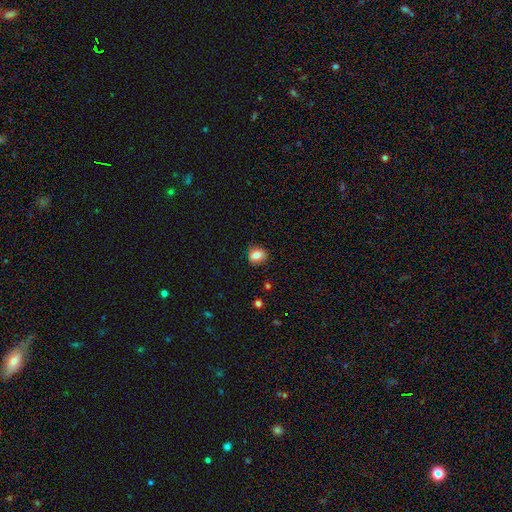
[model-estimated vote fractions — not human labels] Morphology: type=smooth (82%); roundness=round (61%); merging=none (80%).